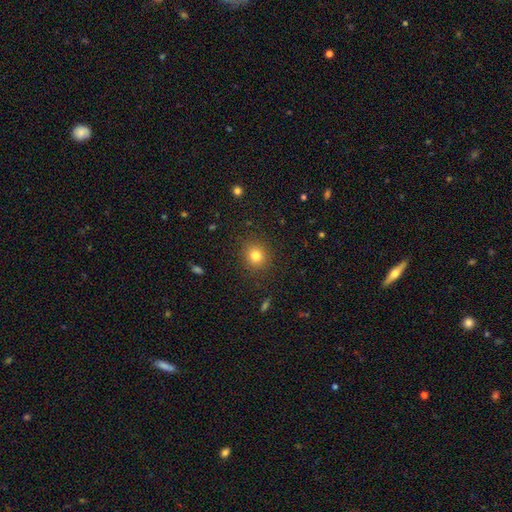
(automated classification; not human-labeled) smooth 81%, star or artifact 13%, featured or disk 7%. Down the decision tree: how rounded — round (88%); merging — none (89%).